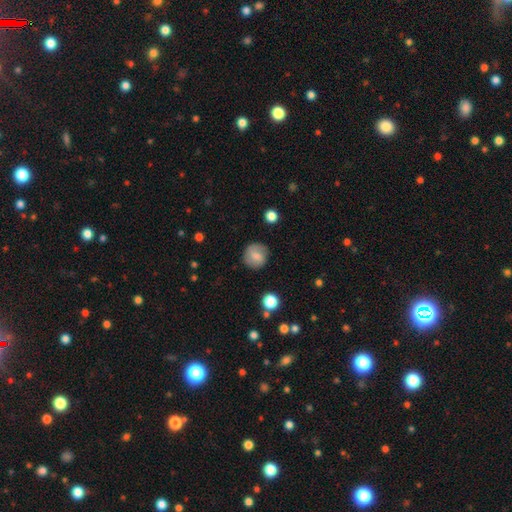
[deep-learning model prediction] smooth-or-featured: smooth: 71% | featured or disk: 20% | star or artifact: 8%
  how-rounded: round: 90% | in between: 9% | cigar-shaped: 1%
  merging: none: 82% | minor disturbance: 13% | major disturbance: 4% | merger: 1%